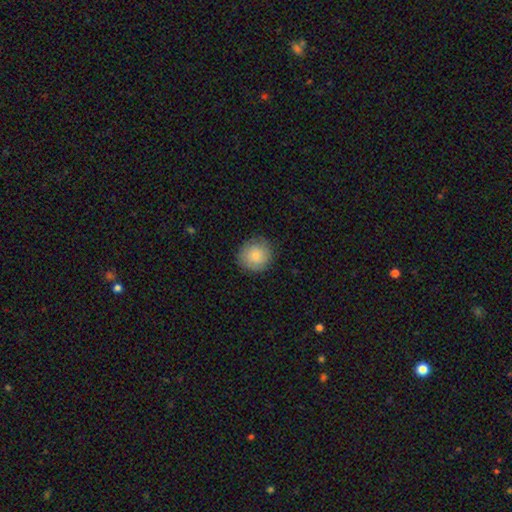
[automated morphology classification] The model was most divided on "smooth or featured": smooth: 82%, featured or disk: 10%, star or artifact: 7%. More confident: how rounded — round (91%); merging — none (85%).